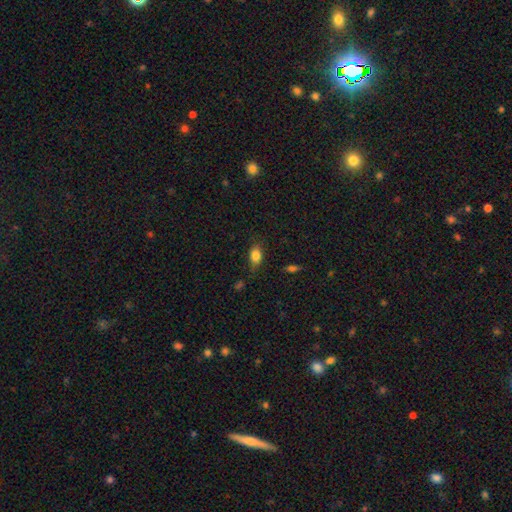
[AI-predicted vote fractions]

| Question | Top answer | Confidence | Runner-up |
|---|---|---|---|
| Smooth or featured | smooth | 83% | star or artifact (9%) |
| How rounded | in between | 81% | round (16%) |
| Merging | none | 74% | minor disturbance (20%) |